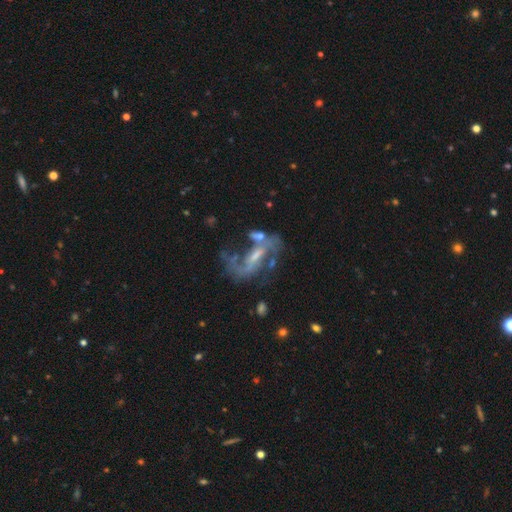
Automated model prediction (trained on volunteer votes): Smooth or featured? Predicted: featured or disk (p=0.81). Edge-on disk? Predicted: no (p=0.94). Bar? Predicted: weak (p=0.43). Spiral arms? Predicted: yes (p=0.85). Spiral winding? Predicted: loose (p=0.57). Spiral arm count? Predicted: 2 (p=0.79). Bulge size? Predicted: small (p=0.46). Merging? Predicted: none (p=0.39).